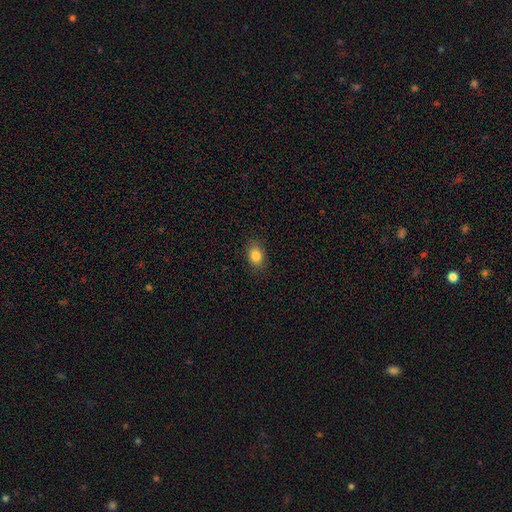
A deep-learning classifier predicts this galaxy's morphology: Smooth or featured? Predicted: smooth (p=0.85). How rounded? Predicted: in between (p=0.74). Merging? Predicted: none (p=0.86).